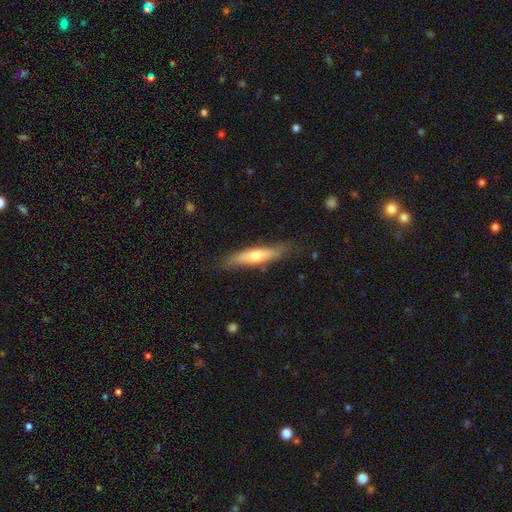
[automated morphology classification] Smooth or featured? smooth (52%)
How rounded? cigar-shaped (77%)
Merging? none (78%)